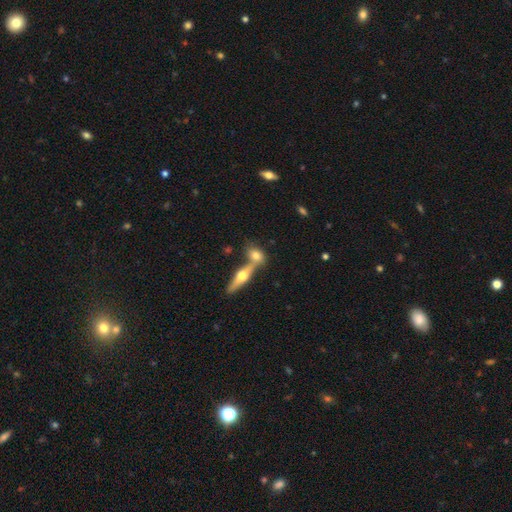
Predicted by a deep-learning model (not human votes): A smooth galaxy with no disk features (58%) that is in between round and cigar-shaped (58%). Merging: merger (45%).